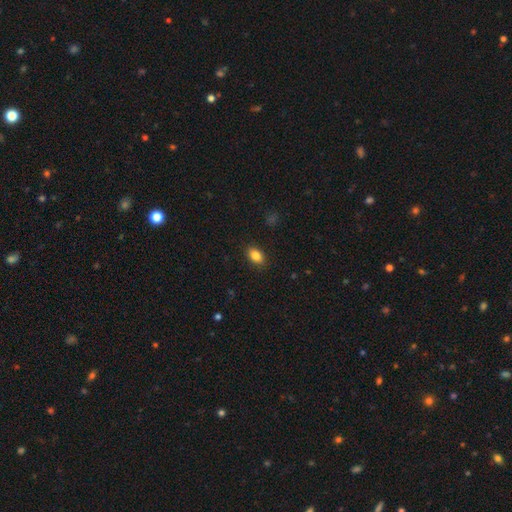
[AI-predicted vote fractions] This appears to be a smooth galaxy with no disk features (86%) that is in between round and cigar-shaped (86%). Merging: none (88%).